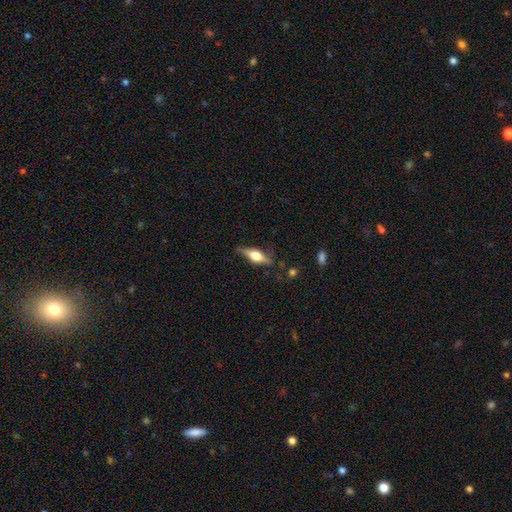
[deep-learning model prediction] featured or disk 62%, smooth 31%, star or artifact 7%. Down the decision tree: edge-on disk — yes (94%); edge-on bulge — rounded (91%); merging — none (76%).